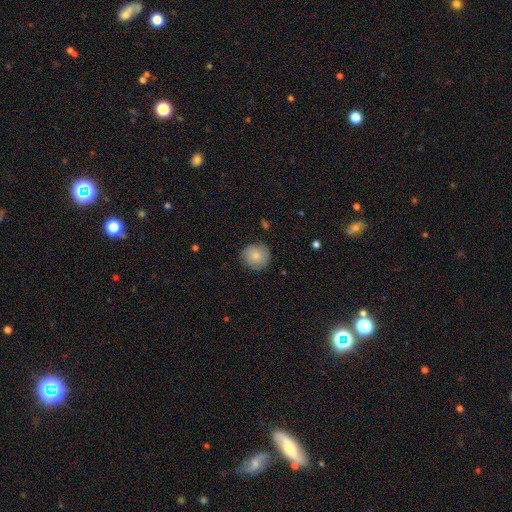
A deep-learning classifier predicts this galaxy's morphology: type=smooth (72%); roundness=round (92%); merging=none (78%).